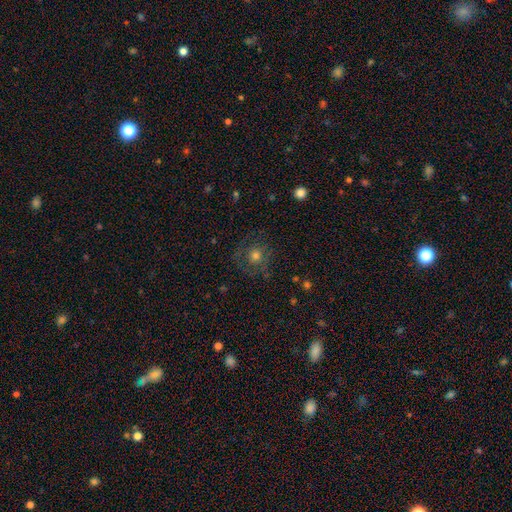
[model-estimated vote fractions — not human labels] A smooth galaxy with no disk features (49%). Merging: none (76%).